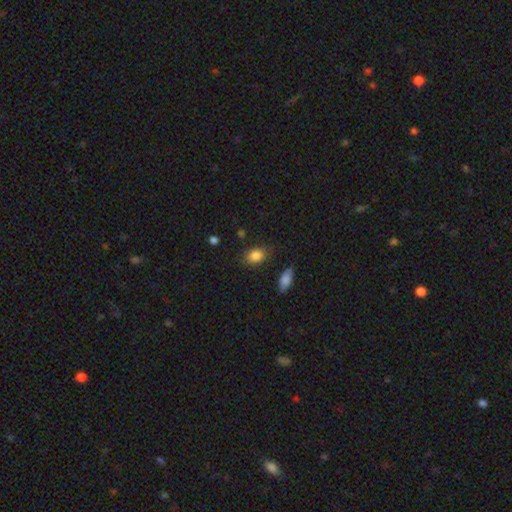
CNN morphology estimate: The model was most divided on "how rounded": in between: 76%, round: 22%, cigar-shaped: 2%. More confident: smooth or featured — smooth (85%); merging — none (78%).